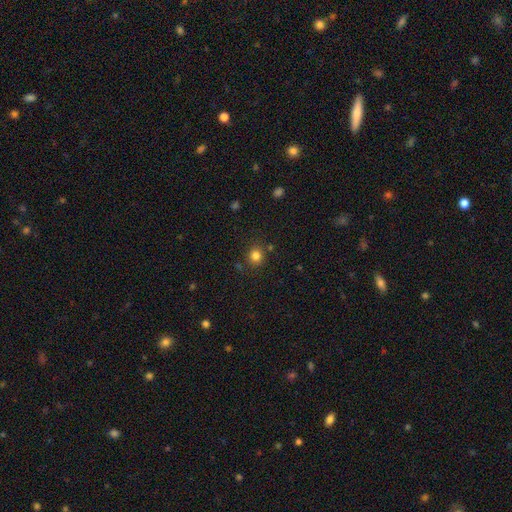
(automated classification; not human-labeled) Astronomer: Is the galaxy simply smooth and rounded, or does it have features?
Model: smooth — 81%.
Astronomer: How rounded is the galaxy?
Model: round — 87%.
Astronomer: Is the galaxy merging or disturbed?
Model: none — 84%.